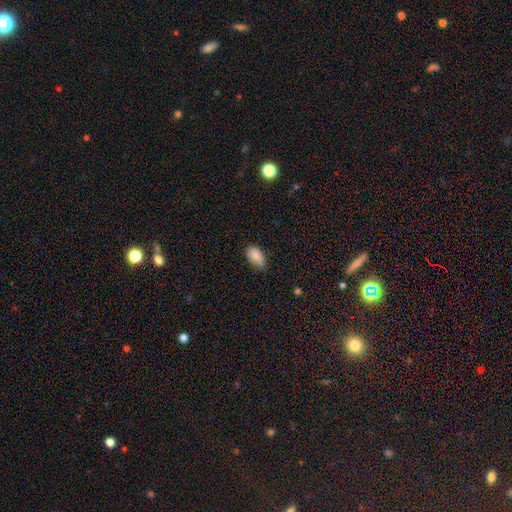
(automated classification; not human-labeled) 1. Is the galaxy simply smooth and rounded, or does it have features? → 87% smooth, 7% star or artifact, 5% featured or disk.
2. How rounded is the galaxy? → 93% in between, 4% round, 2% cigar-shaped.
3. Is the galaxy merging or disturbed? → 73% none, 22% minor disturbance, 3% major disturbance, 1% merger.